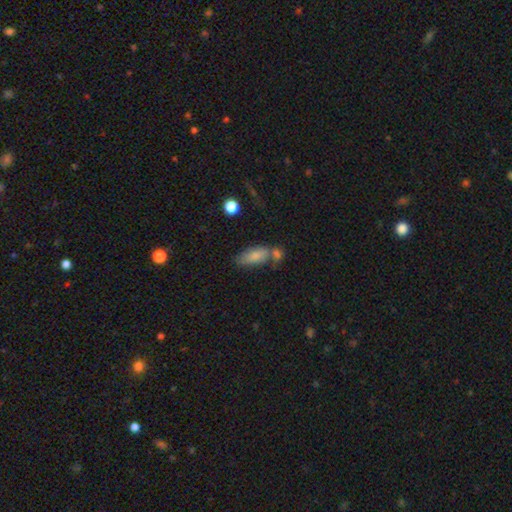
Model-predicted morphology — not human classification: smooth_or_featured: smooth (p=0.81) [alt: featured or disk p=0.12]
how_rounded: in between (p=0.82) [alt: cigar-shaped p=0.15]
merging: none (p=0.48) [alt: merger p=0.27]